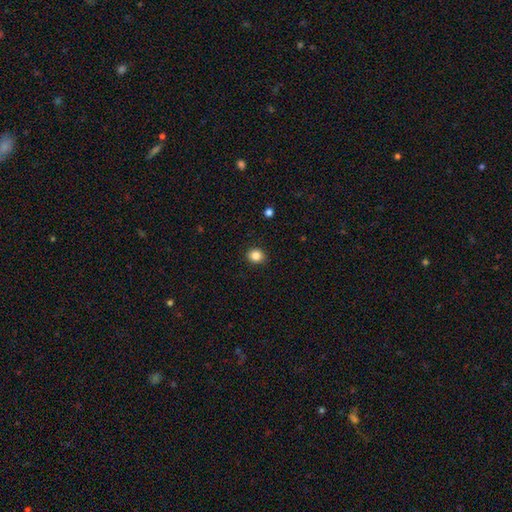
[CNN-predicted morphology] A smooth galaxy with no disk features (85%) that is round (81%).

Vote fractions:
- Smooth or featured? smooth: 85% / star or artifact: 11% / featured or disk: 4%
- How rounded? round: 81% / in between: 18% / cigar-shaped: 1%
- Merging? none: 91% / minor disturbance: 6% / major disturbance: 2% / merger: 1%